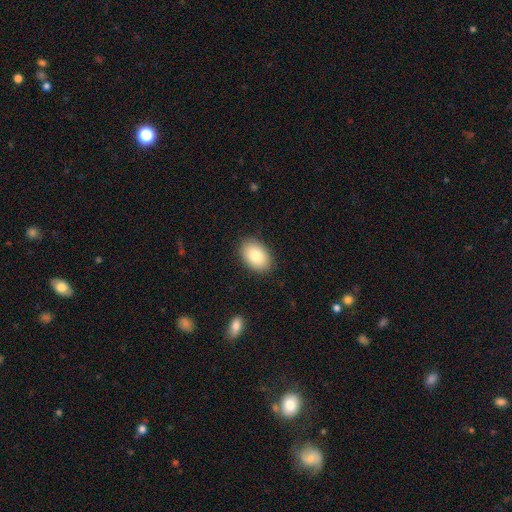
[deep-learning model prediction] Smooth or featured: smooth — 82% (featured or disk — 11%)
How rounded: in between — 86% (round — 13%)
Merging: none — 88% (minor disturbance — 9%)